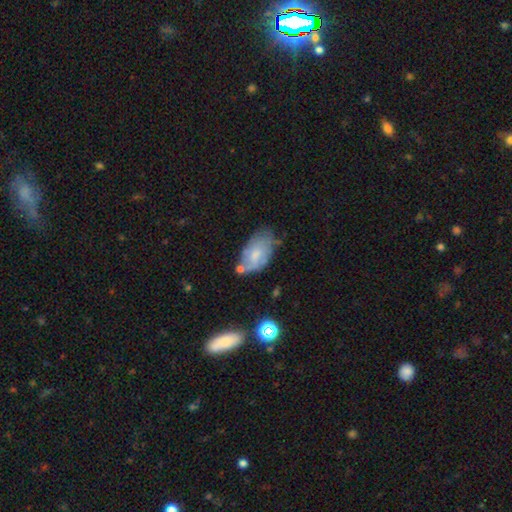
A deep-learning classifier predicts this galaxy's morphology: Smooth or featured? smooth (57%)
How rounded? in between (93%)
Merging? none (46%)